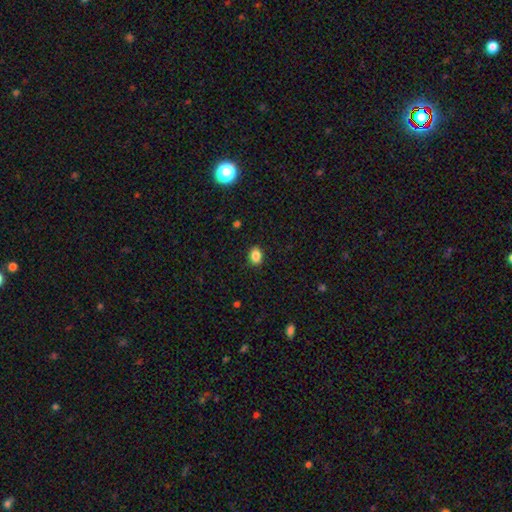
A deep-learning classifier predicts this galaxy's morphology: The model was most divided on "how rounded": in between: 69%, round: 30%, cigar-shaped: 1%. More confident: merging — none (89%); smooth or featured — smooth (86%).